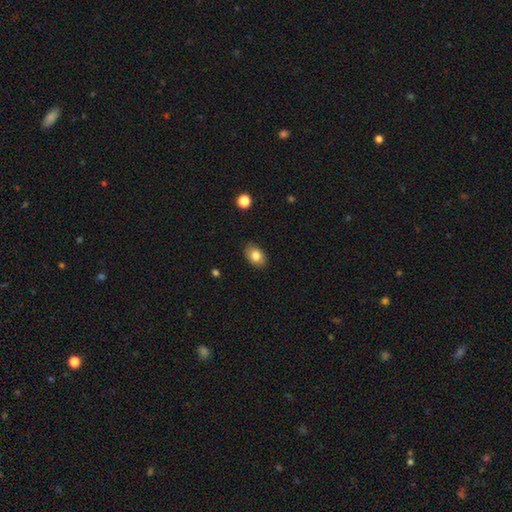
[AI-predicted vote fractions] Smooth or featured: smooth — 82% (featured or disk — 10%)
How rounded: in between — 83% (round — 16%)
Merging: none — 86% (minor disturbance — 11%)